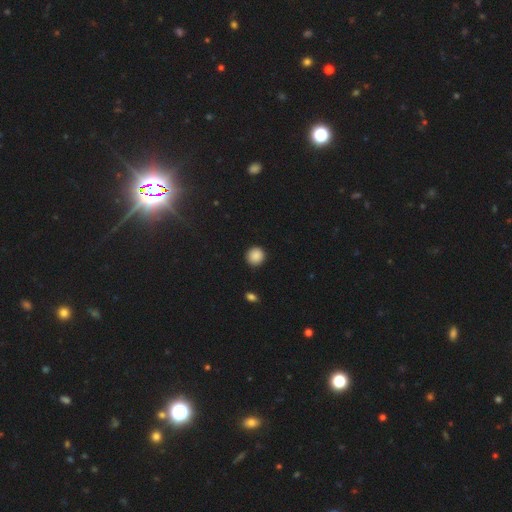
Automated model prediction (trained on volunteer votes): Morphology: type=smooth (89%); roundness=round (92%); merging=none (91%).